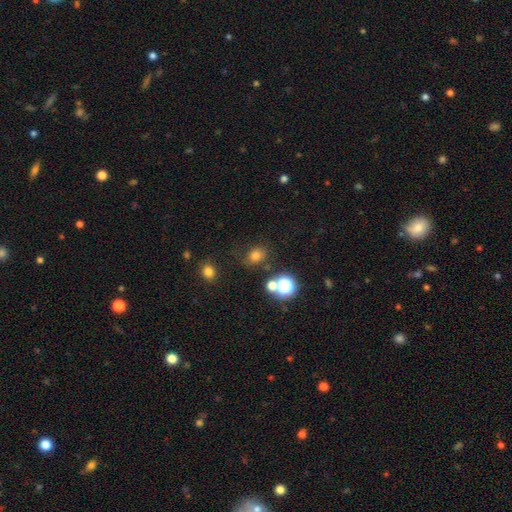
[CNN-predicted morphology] smooth 71%, star or artifact 21%, featured or disk 8%. Down the decision tree: how rounded — round (59%); merging — none (73%).